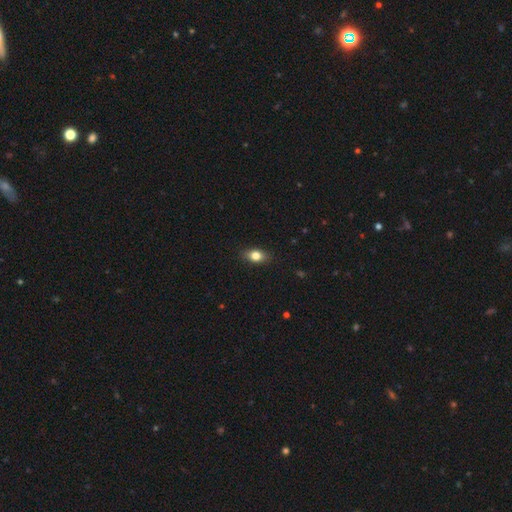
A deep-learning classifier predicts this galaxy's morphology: Q: Smooth or featured?
A: smooth (79%); runner-up: featured or disk (12%)
Q: How rounded?
A: in between (78%); runner-up: round (17%)
Q: Merging?
A: none (87%); runner-up: minor disturbance (10%)